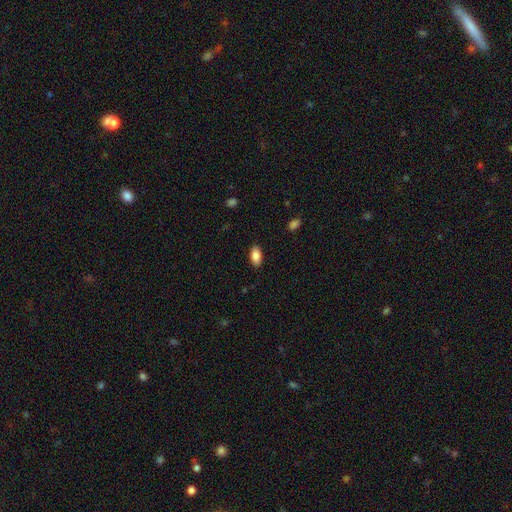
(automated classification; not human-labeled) Smooth or featured? Predicted: smooth (p=0.87). How rounded? Predicted: in between (p=0.92). Merging? Predicted: none (p=0.88).